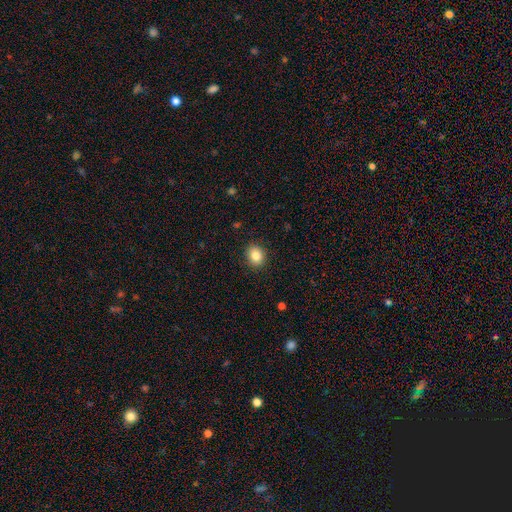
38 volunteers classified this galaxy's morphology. smooth_or_featured: smooth (p=0.89) [alt: star or artifact p=0.08]
how_rounded: round (p=0.68) [alt: in between p=0.32]
merging: none (p=0.86) [alt: minor disturbance p=0.11]